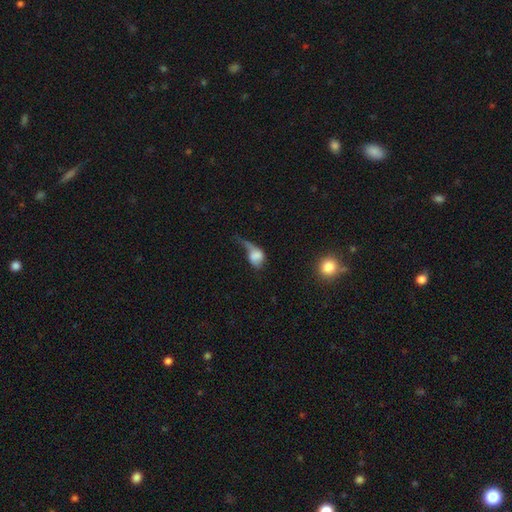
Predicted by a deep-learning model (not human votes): smooth-or-featured: smooth: 62% | featured or disk: 28% | star or artifact: 10%
  how-rounded: in between: 66% | round: 31% | cigar-shaped: 3%
  merging: major disturbance: 54% | minor disturbance: 20% | none: 15% | merger: 11%